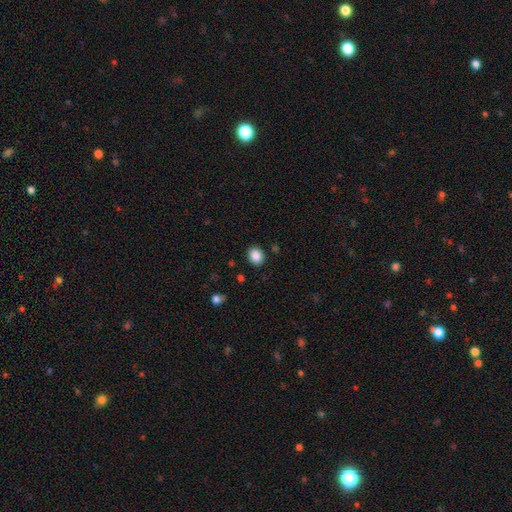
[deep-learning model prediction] Smooth or featured? Predicted: smooth (p=0.87). How rounded? Predicted: round (p=0.56). Merging? Predicted: none (p=0.89).